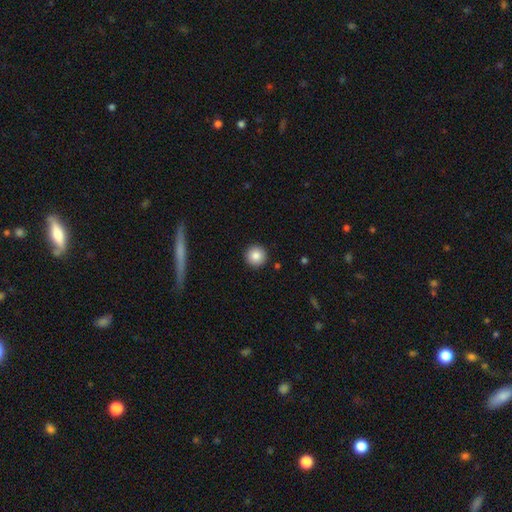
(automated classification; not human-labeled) smooth-or-featured: smooth: 85% | star or artifact: 8% | featured or disk: 6%
  how-rounded: round: 95% | in between: 4% | cigar-shaped: 1%
  merging: none: 92% | minor disturbance: 5% | major disturbance: 2% | merger: 1%